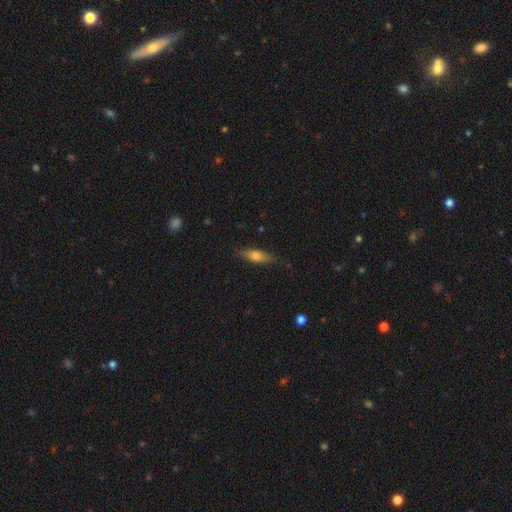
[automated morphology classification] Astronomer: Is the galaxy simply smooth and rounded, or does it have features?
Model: smooth — 70%.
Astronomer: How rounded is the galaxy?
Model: in between — 55% (runner-up: cigar-shaped, 42%).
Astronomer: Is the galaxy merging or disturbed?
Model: none — 79%.